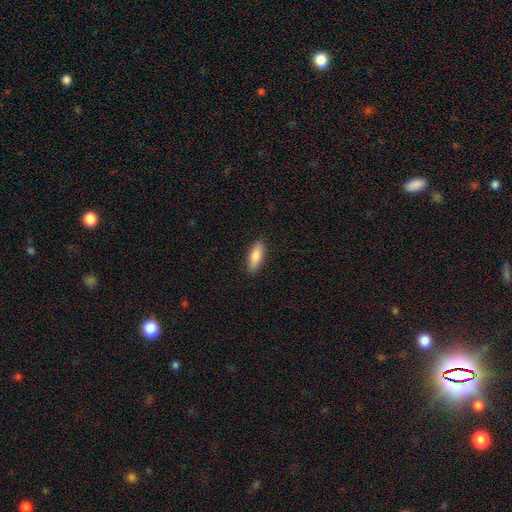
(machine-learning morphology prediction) This appears to be a smooth galaxy with no disk features (85%) that is in between round and cigar-shaped (70%). Merging: none (89%).